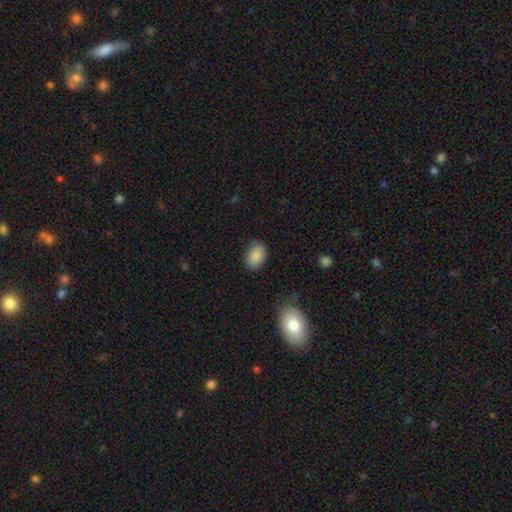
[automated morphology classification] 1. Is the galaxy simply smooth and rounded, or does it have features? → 87% smooth, 8% star or artifact, 4% featured or disk.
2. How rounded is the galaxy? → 82% in between, 16% round, 1% cigar-shaped.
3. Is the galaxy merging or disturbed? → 77% none, 18% minor disturbance, 4% major disturbance, 1% merger.